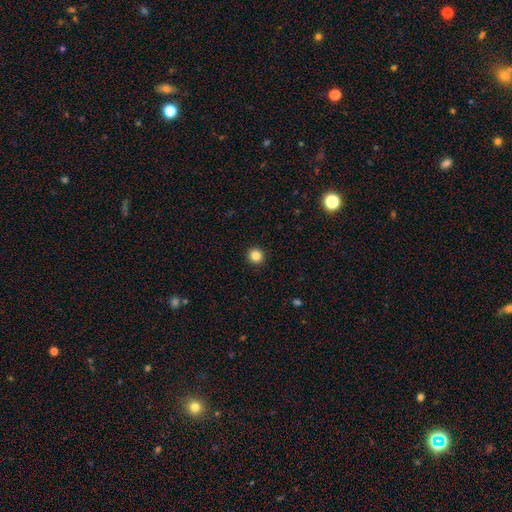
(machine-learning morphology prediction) This is clearly a smooth galaxy (84%). How rounded: clearly round (94%). Merging: clearly none (93%).